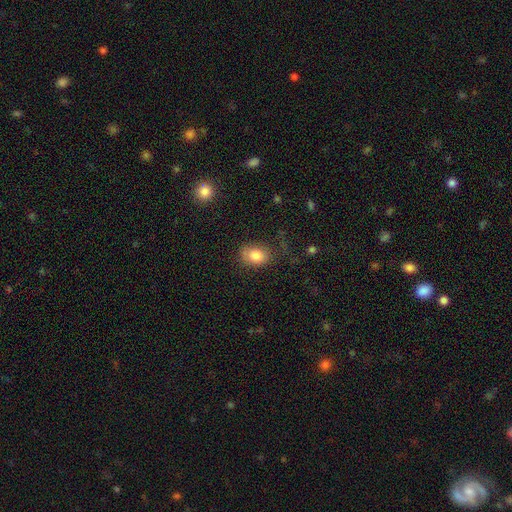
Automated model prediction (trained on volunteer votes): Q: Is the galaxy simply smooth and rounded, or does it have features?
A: smooth — 83%.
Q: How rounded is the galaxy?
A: in between — 68%.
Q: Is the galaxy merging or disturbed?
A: none — 64%.